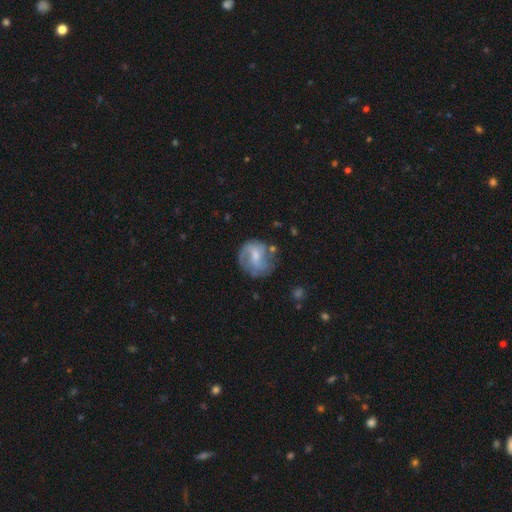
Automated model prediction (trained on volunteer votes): smooth-or-featured: featured or disk: 64% | smooth: 28% | star or artifact: 7%
  disk-edge-on: no: 97% | yes: 3%
    bar: weak: 52% | no: 34% | strong: 14%
    has-spiral-arms: yes: 82% | no: 18%
      spiral-winding: medium: 43% | loose: 31% | tight: 26%
      spiral-arm-count: 2: 50% | can't tell: 24% | 3: 13% | 1: 7% | 4: 3% | more than 4: 3%
    bulge-size: small: 47% | moderate: 40% | none: 9% | large: 3% | dominant: 1%
  merging: none: 62% | minor disturbance: 21% | major disturbance: 12% | merger: 4%